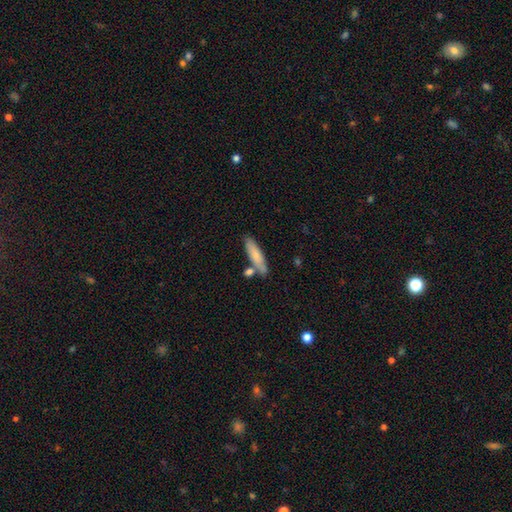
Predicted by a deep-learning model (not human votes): smooth-or-featured: smooth: 75% | featured or disk: 19% | star or artifact: 6%
  how-rounded: cigar-shaped: 69% | in between: 29% | round: 2%
  merging: none: 71% | minor disturbance: 14% | merger: 12% | major disturbance: 3%